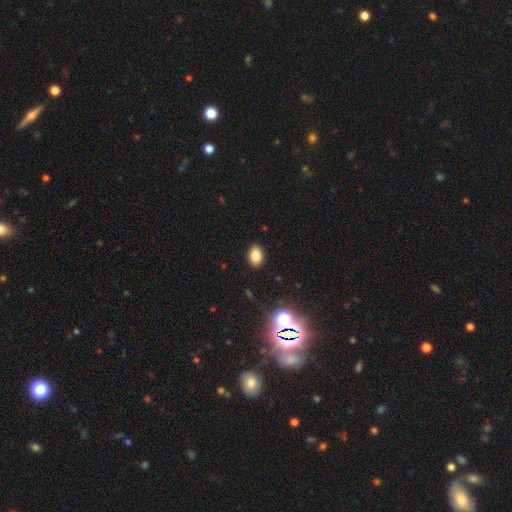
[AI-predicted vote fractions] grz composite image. It shows a smooth galaxy with no disk features (81%) that is in between round and cigar-shaped (80%). Merging: none (90%).